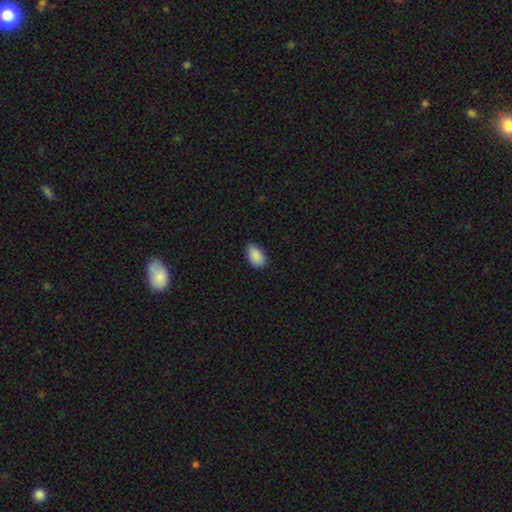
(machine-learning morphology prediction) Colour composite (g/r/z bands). It shows a smooth galaxy with no disk features (89%) that is in between round and cigar-shaped (94%). Merging: none (82%).